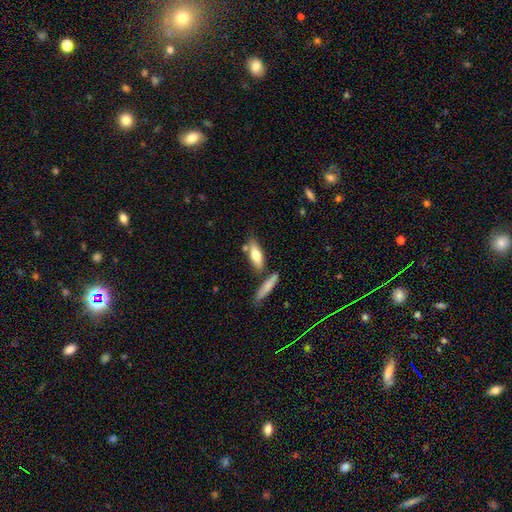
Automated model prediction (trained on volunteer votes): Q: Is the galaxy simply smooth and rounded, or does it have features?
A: smooth — 66%.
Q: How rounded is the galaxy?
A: in between — 55%.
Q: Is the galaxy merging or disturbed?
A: none — 66%.